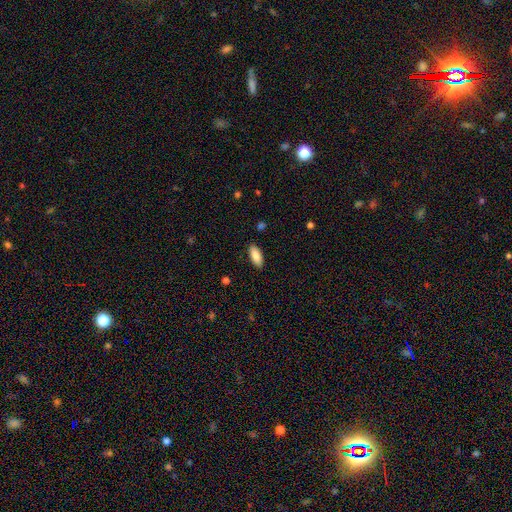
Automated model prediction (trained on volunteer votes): Overall: smooth (86%). How rounded: in between (85%). Merging: none (88%).